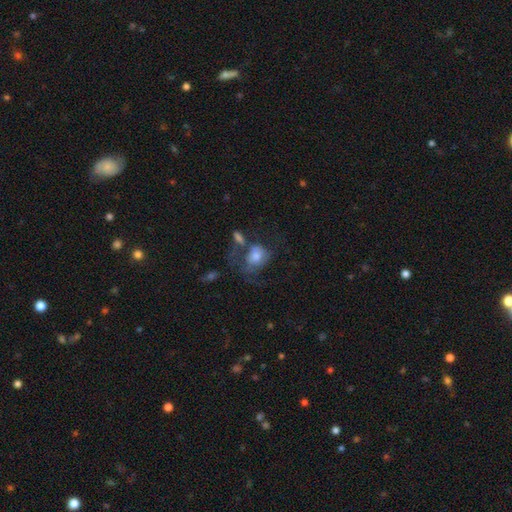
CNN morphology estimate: Overall: smooth (59%; featured or disk 31%). How rounded: in between (52%; round 46%). Merging: major disturbance (33%; none 25%).